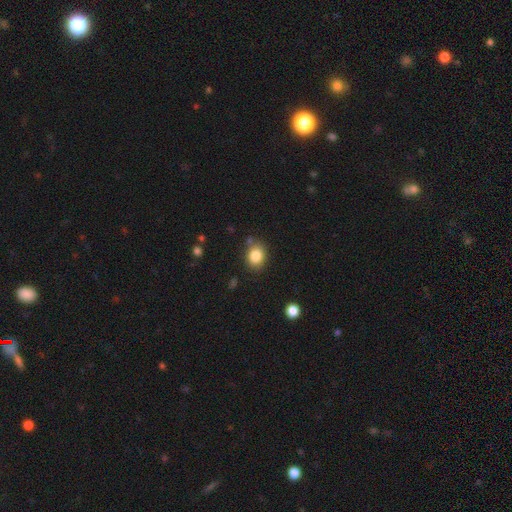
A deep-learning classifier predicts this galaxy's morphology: Overall: smooth (84%). How rounded: round (51%; in between 48%). Merging: none (80%).